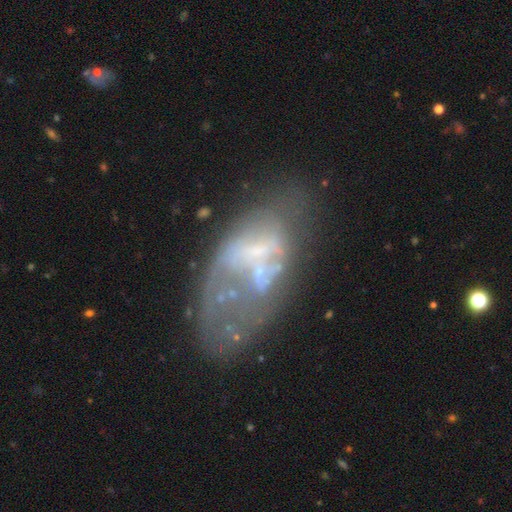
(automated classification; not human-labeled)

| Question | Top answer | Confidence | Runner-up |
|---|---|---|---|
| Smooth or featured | featured or disk | 62% | smooth (25%) |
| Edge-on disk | no | 95% | yes (5%) |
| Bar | no | 73% | weak (18%) |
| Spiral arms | no | 83% | yes (17%) |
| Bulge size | none | 58% | small (25%) |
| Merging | major disturbance | 35% | none (31%) |